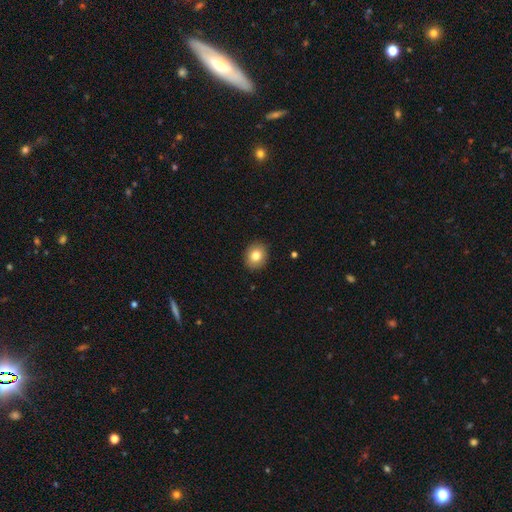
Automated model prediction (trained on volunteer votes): Q: Smooth or featured?
A: smooth (81%); runner-up: star or artifact (9%)
Q: How rounded?
A: round (72%); runner-up: in between (27%)
Q: Merging?
A: none (91%); runner-up: minor disturbance (6%)